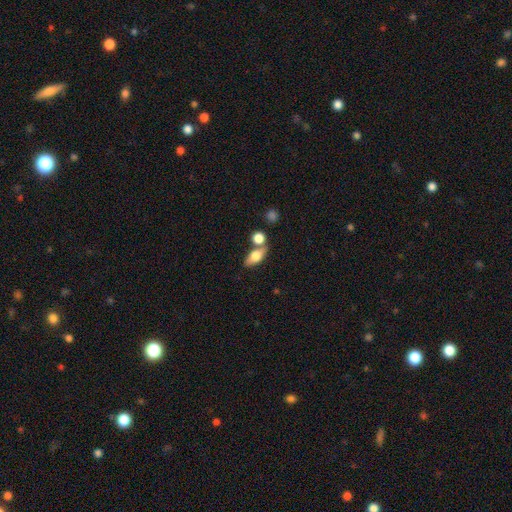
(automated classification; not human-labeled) A smooth galaxy with no disk features (62%) that is in between round and cigar-shaped (72%).

Vote fractions:
- Smooth or featured? smooth: 62% / featured or disk: 30% / star or artifact: 8%
- How rounded? in between: 72% / cigar-shaped: 17% / round: 11%
- Merging? none: 60% / merger: 23% / minor disturbance: 12% / major disturbance: 4%